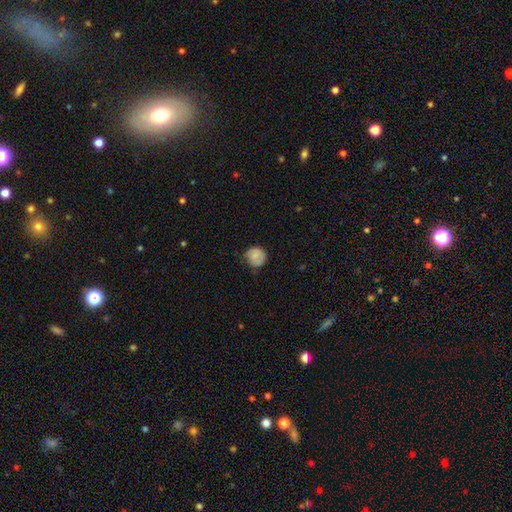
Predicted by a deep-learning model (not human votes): A smooth galaxy with no disk features (78%) that is round (85%). Merging: none (66%).